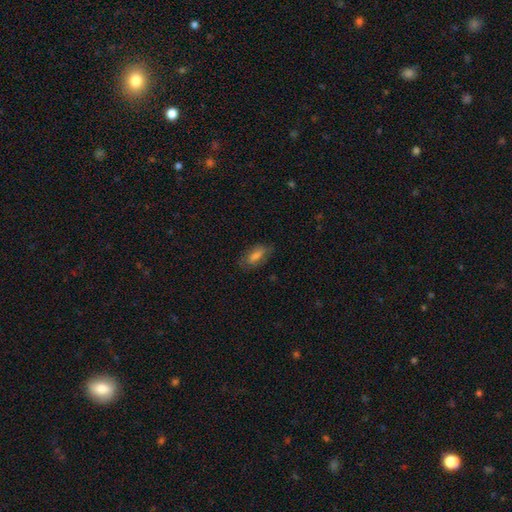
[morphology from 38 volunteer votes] A smooth galaxy with no disk features (68%) that is in between round and cigar-shaped (85%).

Vote fractions:
- Smooth or featured? smooth: 68% / featured or disk: 26% / star or artifact: 5%
- How rounded? in between: 85% / cigar-shaped: 12% / round: 4%
- Merging? none: 81% / minor disturbance: 17% / major disturbance: 3% / merger: 0%